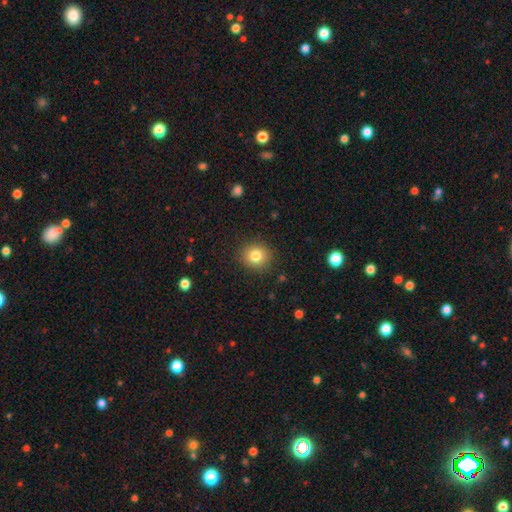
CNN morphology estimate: Smooth or featured? smooth (81%)
How rounded? round (87%)
Merging? none (90%)